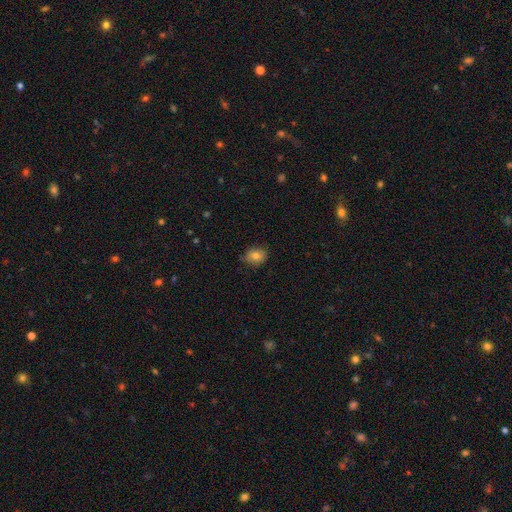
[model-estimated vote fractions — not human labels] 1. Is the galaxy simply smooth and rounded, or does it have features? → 78% smooth, 12% featured or disk, 10% star or artifact.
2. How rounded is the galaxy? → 55% in between, 44% round, 1% cigar-shaped.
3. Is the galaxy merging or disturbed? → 80% none, 16% minor disturbance, 3% major disturbance, 1% merger.